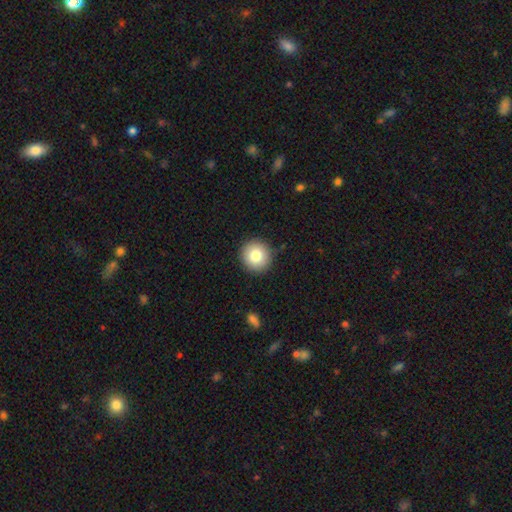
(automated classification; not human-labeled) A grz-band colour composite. It shows a smooth galaxy with no disk features (82%) that is round (93%). Merging: none (90%).